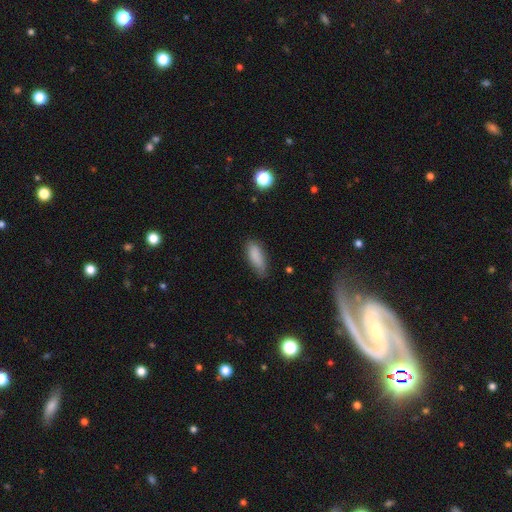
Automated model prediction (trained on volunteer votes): smooth 85%, featured or disk 8%, star or artifact 7%. Down the decision tree: how rounded — in between (69%); merging — none (67%).